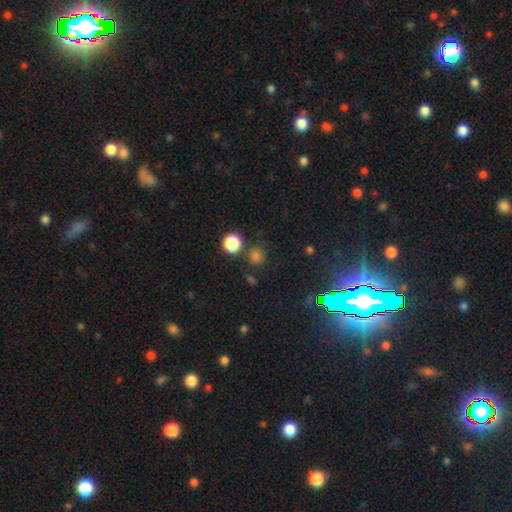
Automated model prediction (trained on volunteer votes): Smooth or featured? Predicted: smooth (p=0.74). How rounded? Predicted: round (p=0.91). Merging? Predicted: none (p=0.78).